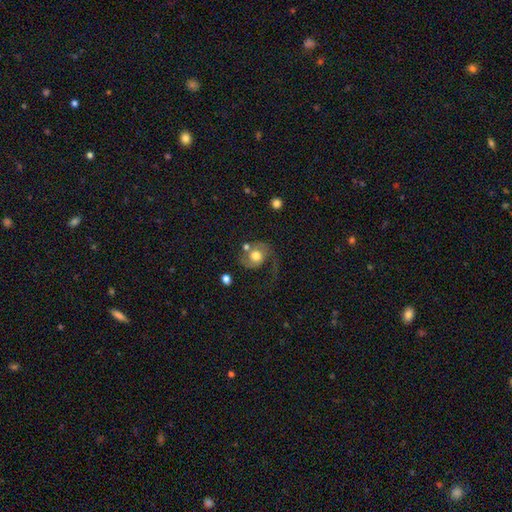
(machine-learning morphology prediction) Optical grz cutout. It shows a featured or disk galaxy (59%) with no bar (77%), spiral arms (84%) and a moderate central bulge (61%). Merging: none (40%).